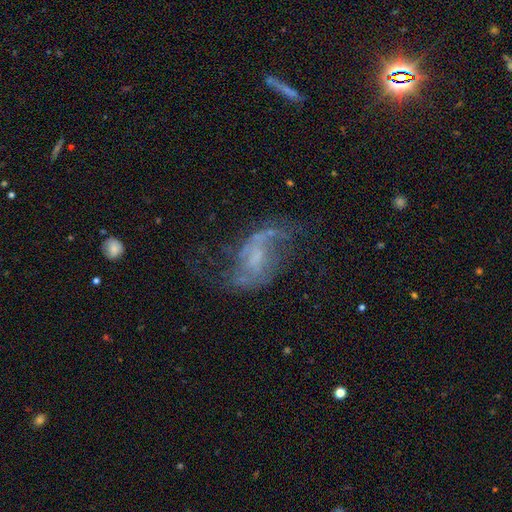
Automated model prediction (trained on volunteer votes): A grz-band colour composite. It shows a featured or disk galaxy (77%) with a weak bar (44%), 2 (83%) loose (66%) spiral arms (84%) and no central bulge (40%). Merging: none (51%).